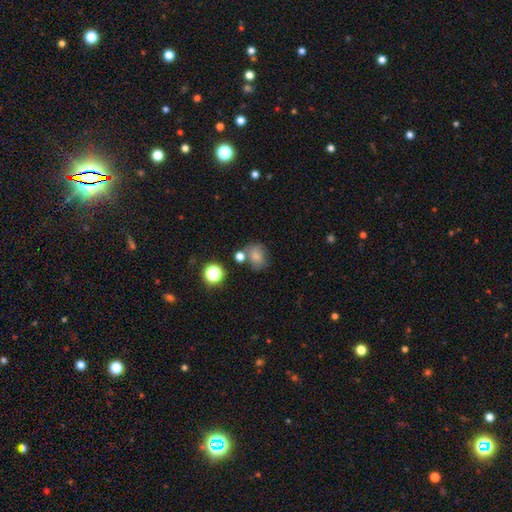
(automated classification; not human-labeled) Smooth or featured? smooth (75%)
How rounded? round (58%)
Merging? none (55%)